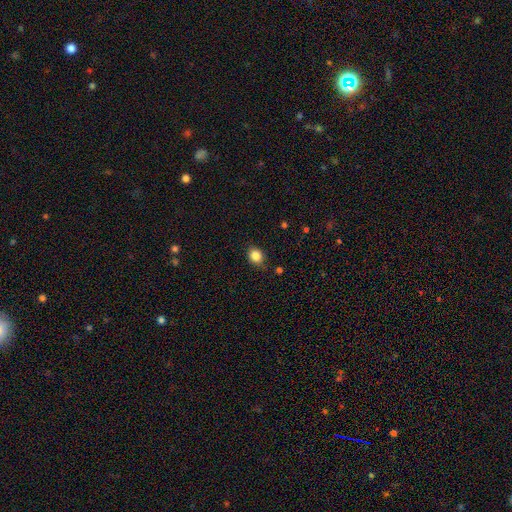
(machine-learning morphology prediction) A smooth galaxy with no disk features (85%) that is round (62%).

Vote fractions:
- Smooth or featured? smooth: 85% / star or artifact: 10% / featured or disk: 5%
- How rounded? round: 62% / in between: 37% / cigar-shaped: 1%
- Merging? none: 80% / minor disturbance: 16% / major disturbance: 3% / merger: 2%